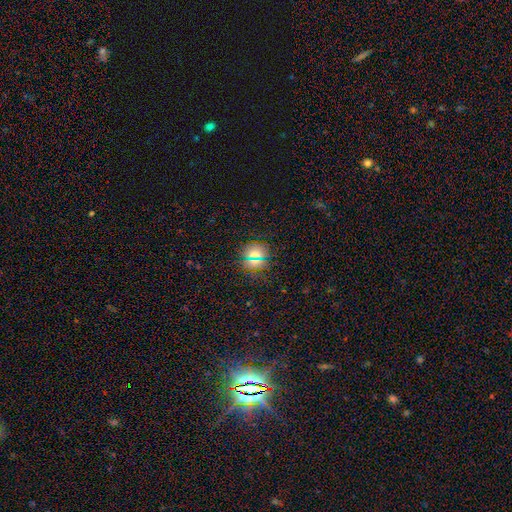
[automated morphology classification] Smooth or featured? smooth (64%)
How rounded? round (88%)
Merging? none (86%)